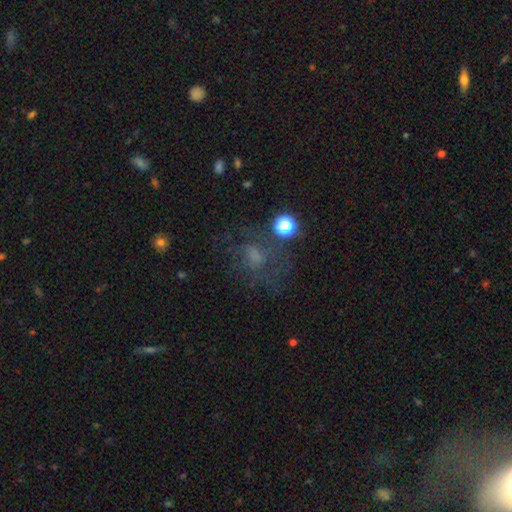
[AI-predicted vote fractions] Q: Smooth or featured?
A: smooth (41%); runner-up: featured or disk (35%)
Q: Merging?
A: none (50%); runner-up: major disturbance (28%)